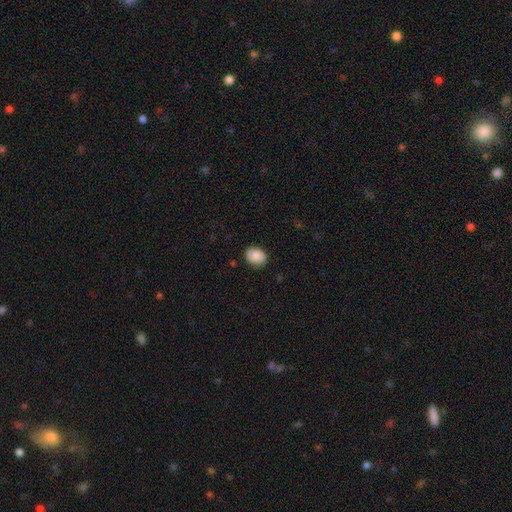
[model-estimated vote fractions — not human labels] Smooth or featured: smooth — 89% (star or artifact — 7%)
How rounded: in between — 61% (round — 38%)
Merging: none — 83% (minor disturbance — 13%)